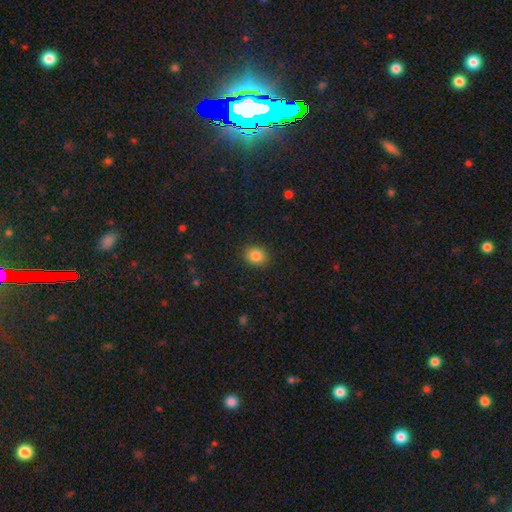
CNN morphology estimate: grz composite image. It shows a smooth galaxy with no disk features (85%) that is round (71%). Merging: none (89%).